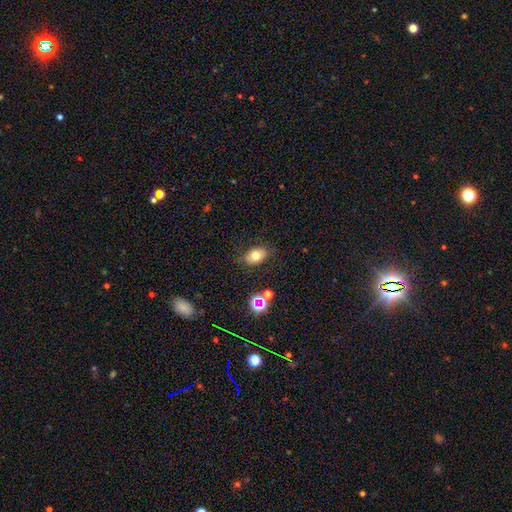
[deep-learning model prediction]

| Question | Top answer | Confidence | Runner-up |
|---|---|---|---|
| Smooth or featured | smooth | 72% | featured or disk (15%) |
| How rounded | in between | 80% | round (19%) |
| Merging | none | 81% | minor disturbance (13%) |